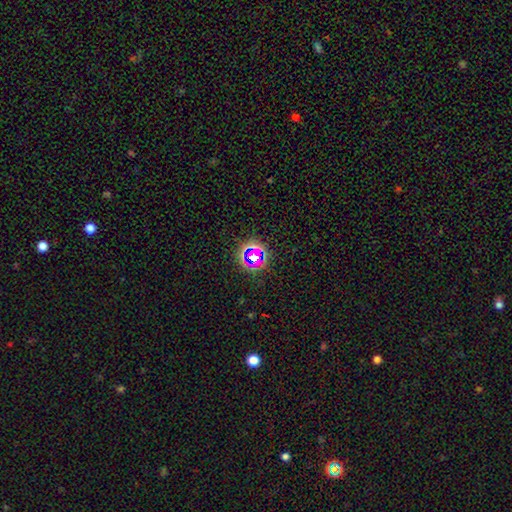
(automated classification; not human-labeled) Morphology: type=star or artifact (66%).